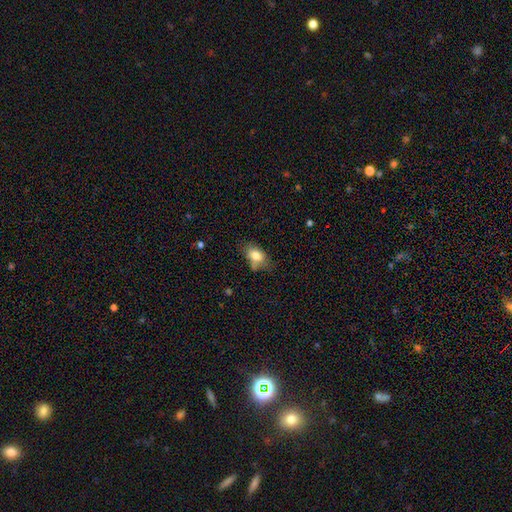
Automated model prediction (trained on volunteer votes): This is likely a smooth galaxy (78%). How rounded: clearly in between (83%). Merging: possibly none (54%).